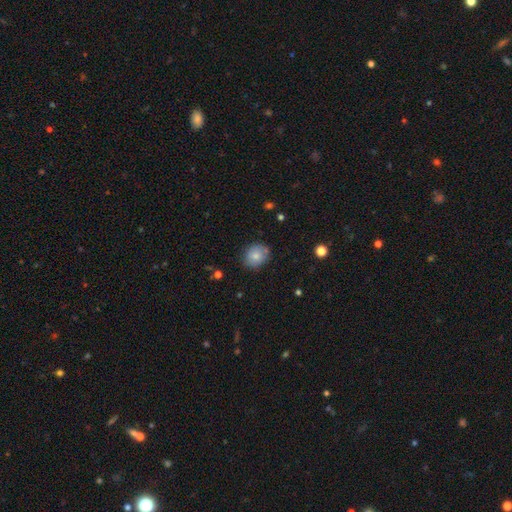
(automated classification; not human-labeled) smooth-or-featured: smooth: 78% | featured or disk: 13% | star or artifact: 9%
  how-rounded: round: 62% | in between: 37% | cigar-shaped: 1%
  merging: none: 79% | minor disturbance: 16% | major disturbance: 3% | merger: 2%